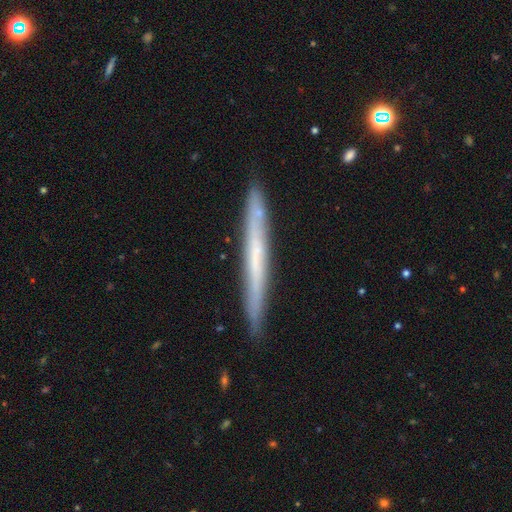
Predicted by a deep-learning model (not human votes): This is possibly a featured or disk galaxy (54%). It is clearly viewed edge-on (94%). Edge-on bulge: clearly none (88%). Merging: clearly none (89%).